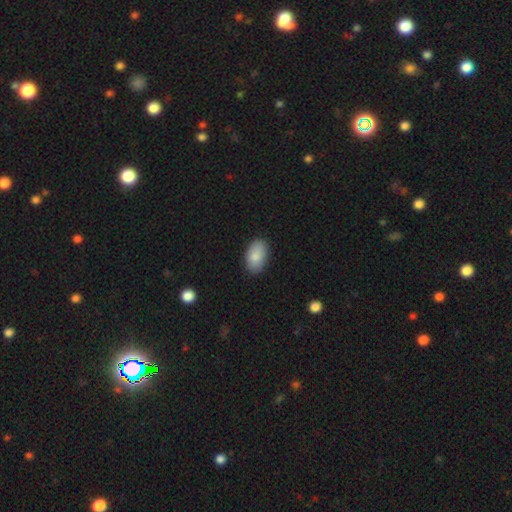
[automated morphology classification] Smooth or featured? smooth (86%)
How rounded? in between (93%)
Merging? none (86%)